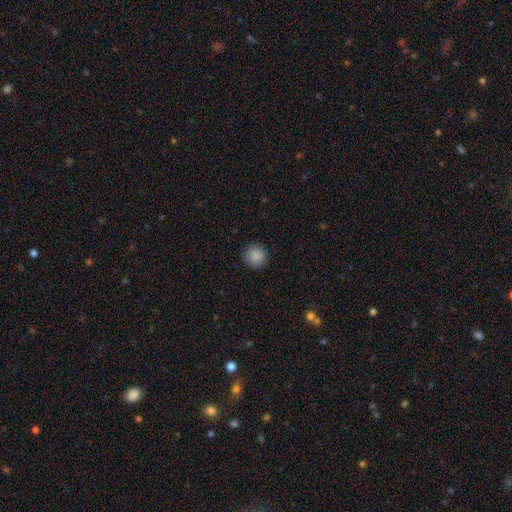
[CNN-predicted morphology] Smooth or featured?
  - smooth: 88% *
  - star or artifact: 9%
  - featured or disk: 3%
How rounded?
  - round: 94% *
  - in between: 5%
  - cigar-shaped: 1%
Merging?
  - none: 91% *
  - minor disturbance: 7%
  - major disturbance: 2%
  - merger: 1%